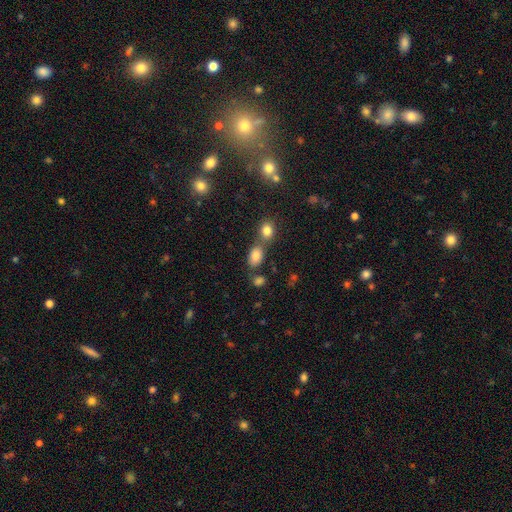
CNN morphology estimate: Smooth or featured? smooth (83%)
How rounded? in between (82%)
Merging? none (50%)